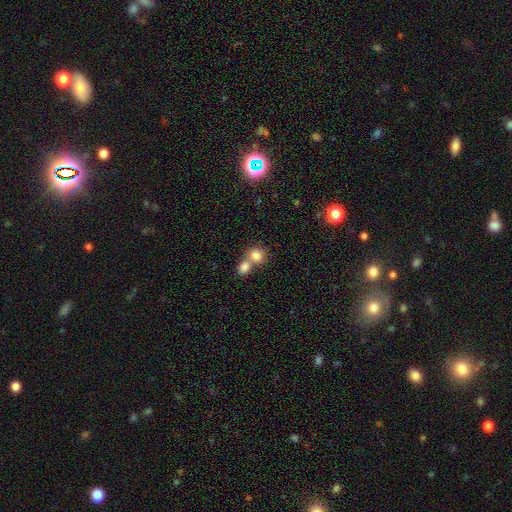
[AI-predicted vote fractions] smooth-or-featured: smooth: 81% | star or artifact: 10% | featured or disk: 9%
  how-rounded: round: 73% | in between: 26% | cigar-shaped: 1%
  merging: merger: 56% | none: 36% | minor disturbance: 6% | major disturbance: 2%